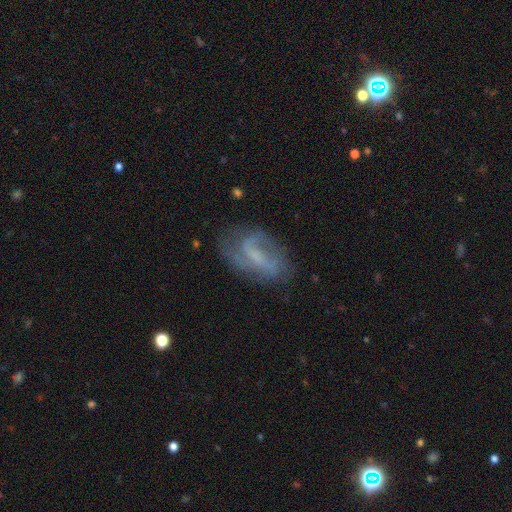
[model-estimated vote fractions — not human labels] A featured or disk galaxy (68%) with a weak bar (48%), 2 (55%) loose (39%, tied with medium) spiral arms (82%) and a small central bulge (42%).

Vote fractions:
- Smooth or featured? featured or disk: 68% / smooth: 22% / star or artifact: 9%
- Edge-on disk? no: 94% / yes: 6%
- Bar? weak: 48% / no: 26% / strong: 25%
- Spiral arms? yes: 82% / no: 18%
- Spiral winding? loose: 39% (tied) / medium: 39% (tied) / tight: 23%
- Spiral arm count? 2: 55% / can't tell: 22% / 1: 14% / 3: 5% / 4: 2% / more than 4: 2%
- Bulge size? small: 42% / none: 35% / moderate: 20% / large: 2% / dominant: 1%
- Merging? none: 61% / minor disturbance: 23% / major disturbance: 14% / merger: 2%